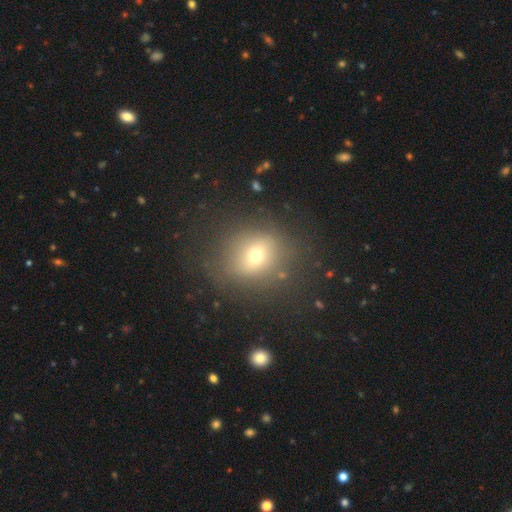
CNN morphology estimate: Smooth or featured: smooth — 62% (featured or disk — 20%)
How rounded: round — 76% (in between — 23%)
Merging: none — 75% (minor disturbance — 15%)